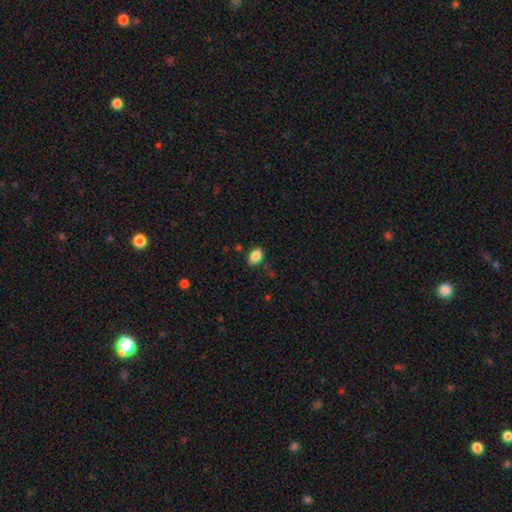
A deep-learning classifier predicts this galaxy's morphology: Smooth or featured? Predicted: smooth (p=0.86). How rounded? Predicted: in between (p=0.85). Merging? Predicted: none (p=0.76).